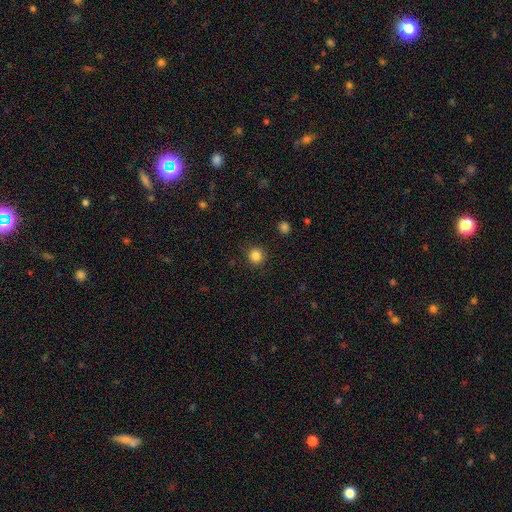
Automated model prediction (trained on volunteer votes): Morphology: type=smooth (84%); roundness=round (95%); merging=none (91%).